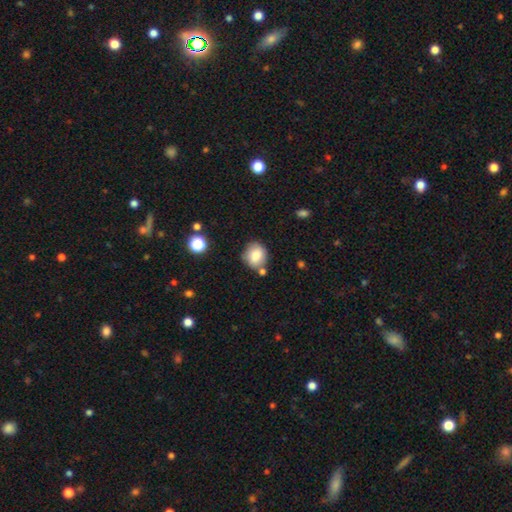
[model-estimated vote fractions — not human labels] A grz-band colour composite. It shows a smooth galaxy with no disk features (81%) that is round (65%). Merging: none (67%).